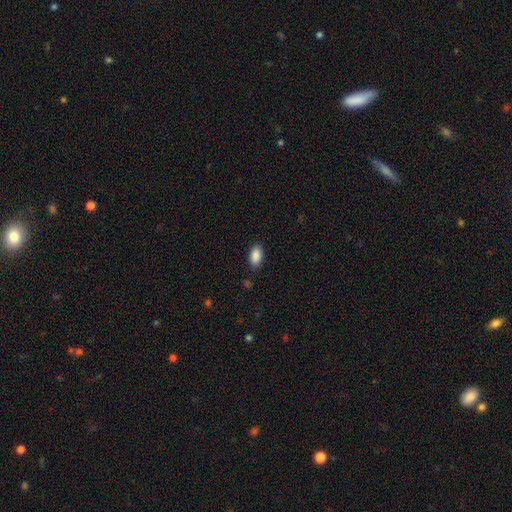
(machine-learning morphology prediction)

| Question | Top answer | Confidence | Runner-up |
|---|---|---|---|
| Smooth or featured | smooth | 90% | star or artifact (7%) |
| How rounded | in between | 93% | round (4%) |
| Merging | none | 86% | minor disturbance (10%) |